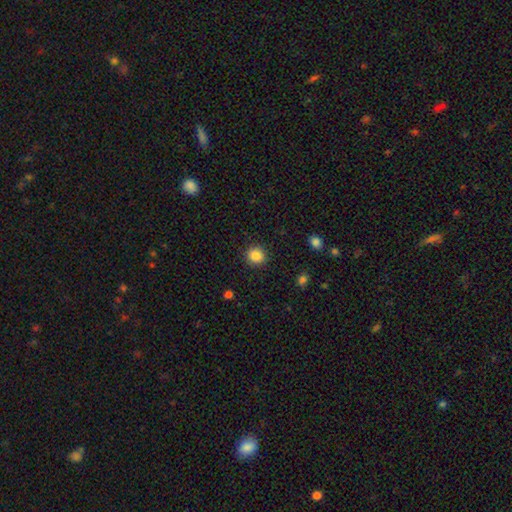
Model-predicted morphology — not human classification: Smooth or featured? smooth (86%)
How rounded? round (84%)
Merging? none (91%)